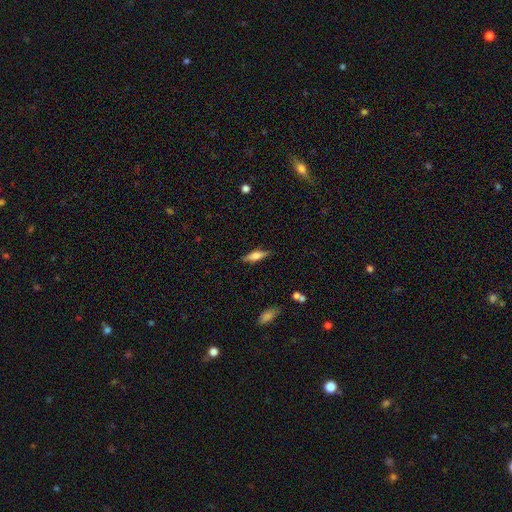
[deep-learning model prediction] A smooth galaxy with no disk features (53%) that is cigar-shaped (53%).

Vote fractions:
- Smooth or featured? smooth: 53% / featured or disk: 40% / star or artifact: 7%
- How rounded? cigar-shaped: 53% / in between: 44% / round: 3%
- Merging? none: 84% / minor disturbance: 12% / major disturbance: 3% / merger: 2%